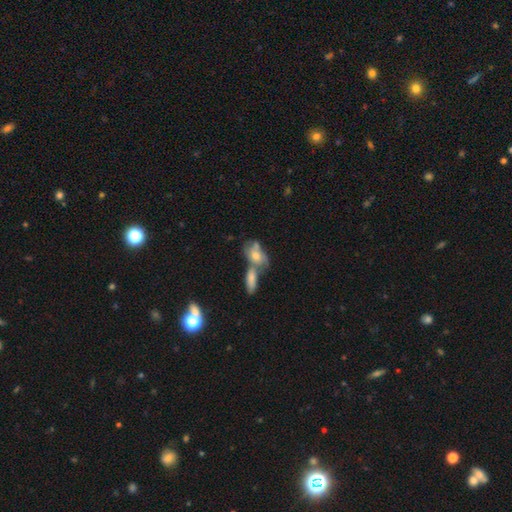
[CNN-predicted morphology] A smooth galaxy with no disk features (45%).

Vote fractions:
- Smooth or featured? smooth: 45% / featured or disk: 43% / star or artifact: 12%
- Merging? merger: 52% / none: 26% / minor disturbance: 13% / major disturbance: 9%